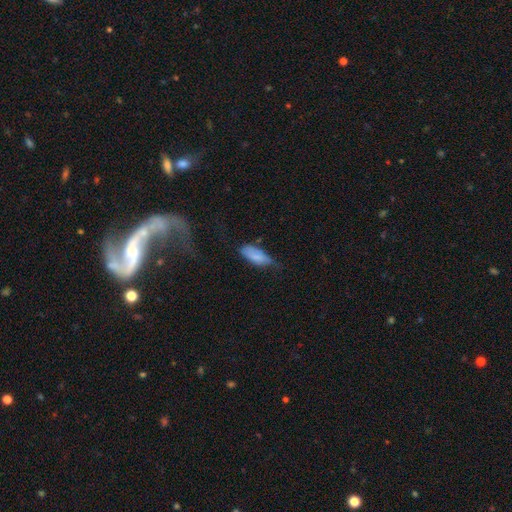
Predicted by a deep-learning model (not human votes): Smooth or featured: smooth — 78% (featured or disk — 14%)
How rounded: in between — 80% (cigar-shaped — 18%)
Merging: minor disturbance — 42% (none — 38%)